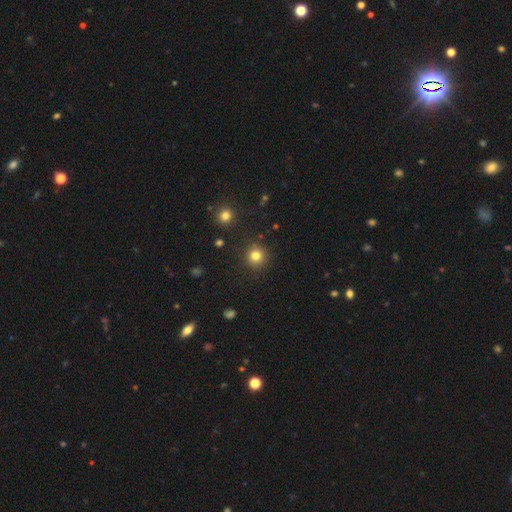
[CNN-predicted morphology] smooth 80%, star or artifact 14%, featured or disk 6%. Down the decision tree: how rounded — round (94%); merging — none (89%).